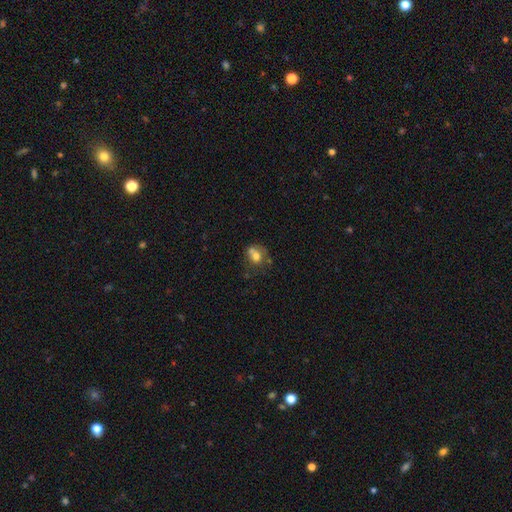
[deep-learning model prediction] Q: Smooth or featured?
A: smooth (68%); runner-up: featured or disk (21%)
Q: How rounded?
A: round (65%); runner-up: in between (34%)
Q: Merging?
A: none (39%); runner-up: merger (37%)